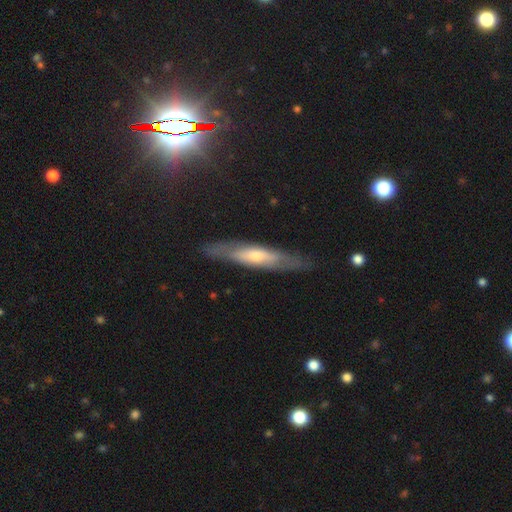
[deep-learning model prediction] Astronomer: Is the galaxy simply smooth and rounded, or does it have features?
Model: featured or disk — 59%.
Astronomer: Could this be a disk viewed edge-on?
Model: yes — 71%.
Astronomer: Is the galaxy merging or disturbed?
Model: none — 84%.